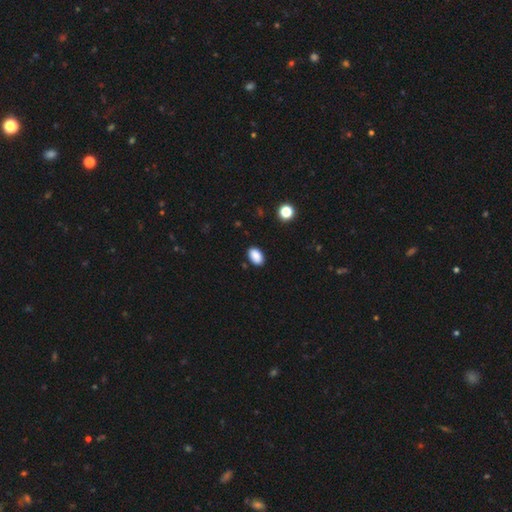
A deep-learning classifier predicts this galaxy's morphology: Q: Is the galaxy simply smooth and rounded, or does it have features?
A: smooth — 88%.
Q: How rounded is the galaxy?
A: in between — 91%.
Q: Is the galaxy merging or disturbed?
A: none — 88%.